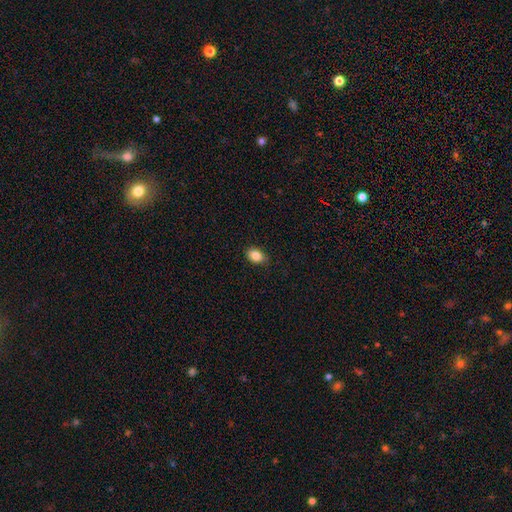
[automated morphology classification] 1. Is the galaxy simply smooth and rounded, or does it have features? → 86% smooth, 9% star or artifact, 5% featured or disk.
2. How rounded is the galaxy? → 82% in between, 17% round, 1% cigar-shaped.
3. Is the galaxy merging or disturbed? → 88% none, 10% minor disturbance, 2% major disturbance, 1% merger.